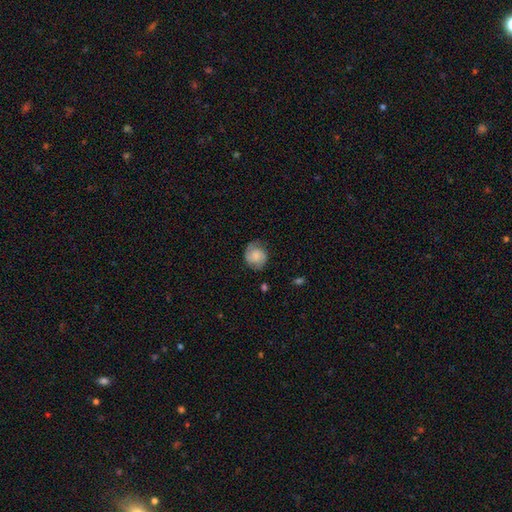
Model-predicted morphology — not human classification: Overall: featured or disk (62%; smooth 31%). Edge-on disk: no (98%). Bar: no (61%; weak 34%). Spiral arms: yes (94%). Spiral arm count: 2 (83%). Spiral winding: tight (43%, tied with medium). Bulge size: none (31%; small 27%). Merging: none (74%).